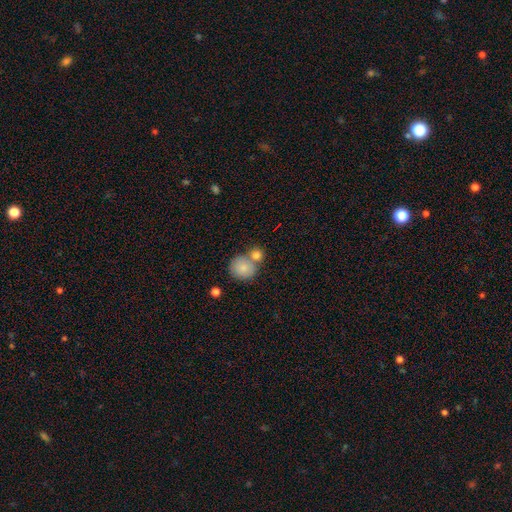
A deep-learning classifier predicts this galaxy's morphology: Overall: smooth (67%). How rounded: round (88%). Merging: none (60%; merger 26%).